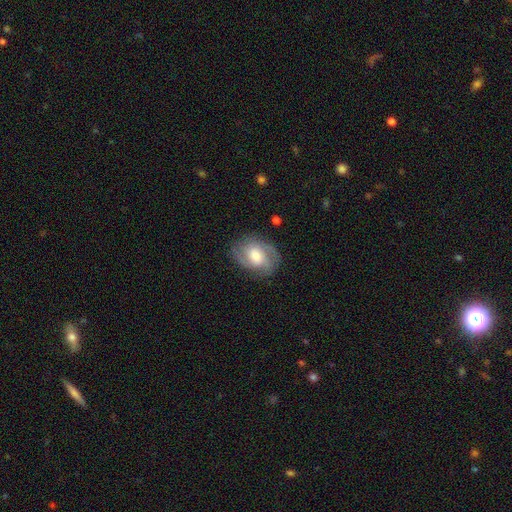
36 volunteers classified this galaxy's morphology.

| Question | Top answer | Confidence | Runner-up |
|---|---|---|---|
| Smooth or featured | featured or disk | 75% | smooth (19%) |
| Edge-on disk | no | 100% | — |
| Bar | no | 52% | weak (41%) |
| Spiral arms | yes | 93% | no (7%) |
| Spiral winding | medium | 44% | tight (40%) |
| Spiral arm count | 2 | 36% | can't tell (32%) |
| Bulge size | moderate | 63% | small (19%) |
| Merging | none | 79% | minor disturbance (21%) |